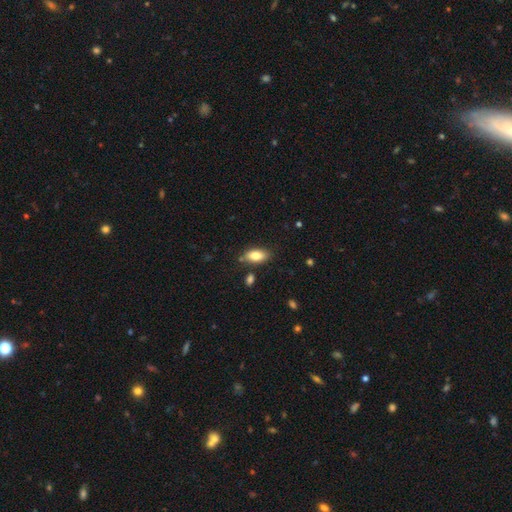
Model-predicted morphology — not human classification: smooth_or_featured: smooth (p=0.81) [alt: featured or disk p=0.12]
how_rounded: in between (p=0.89) [alt: cigar-shaped p=0.07]
merging: none (p=0.79) [alt: minor disturbance p=0.13]